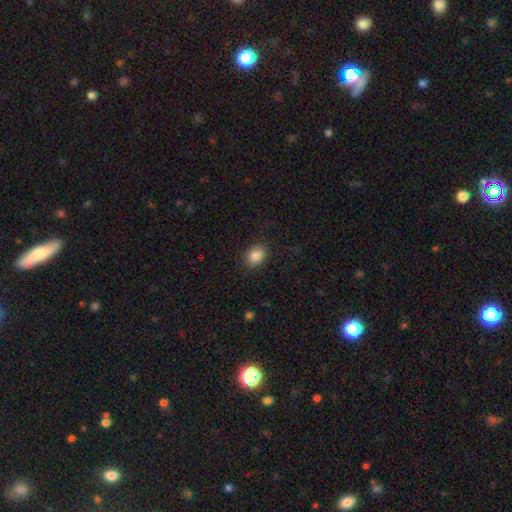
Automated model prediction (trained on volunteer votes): A smooth galaxy with no disk features (87%) that is in between round and cigar-shaped (63%). Merging: none (87%).